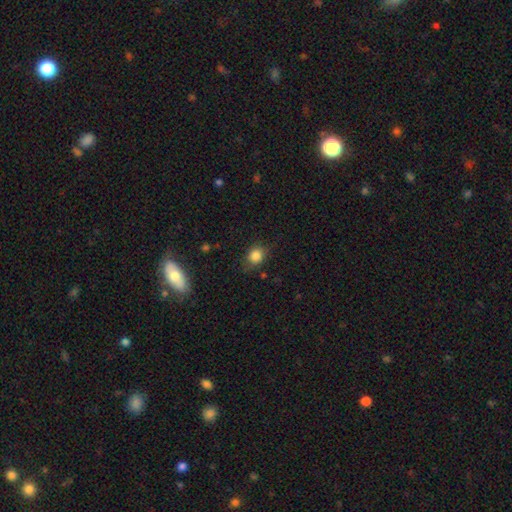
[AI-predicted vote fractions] smooth 83%, star or artifact 11%, featured or disk 6%. Down the decision tree: how rounded — round (67%); merging — none (77%).